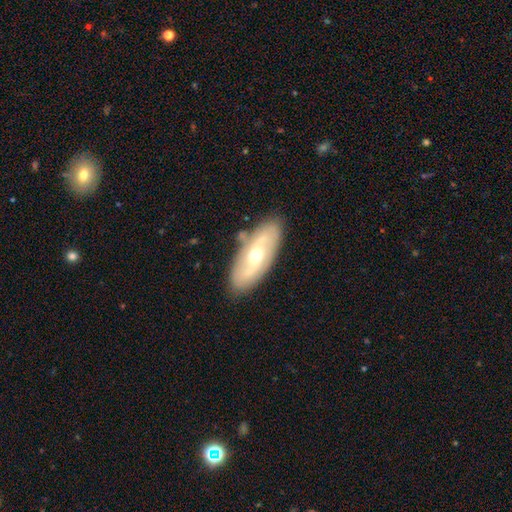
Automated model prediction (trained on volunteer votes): Overall: featured or disk (65%; smooth 27%). Edge-on disk: no (82%). Bar: no (49%; weak 33%). Spiral arms: yes (61%; no 39%). Bulge size: moderate (63%; small 32%). Merging: none (86%).